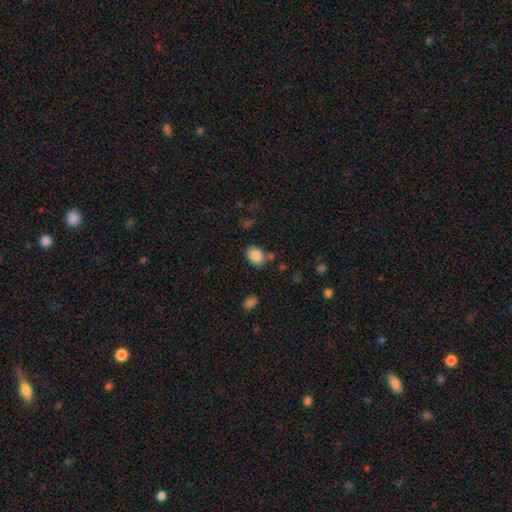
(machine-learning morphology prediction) smooth_or_featured: smooth (p=0.87) [alt: star or artifact p=0.08]
how_rounded: in between (p=0.71) [alt: round p=0.28]
merging: none (p=0.75) [alt: minor disturbance p=0.14]